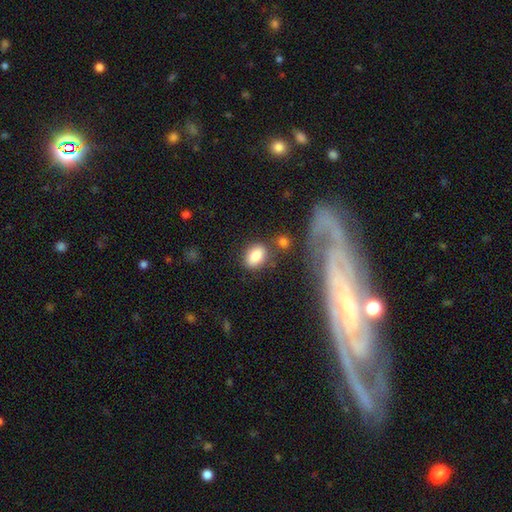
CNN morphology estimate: smooth-or-featured: smooth: 85% | star or artifact: 8% | featured or disk: 7%
  how-rounded: in between: 77% | round: 21% | cigar-shaped: 2%
  merging: none: 70% | minor disturbance: 15% | merger: 9% | major disturbance: 5%